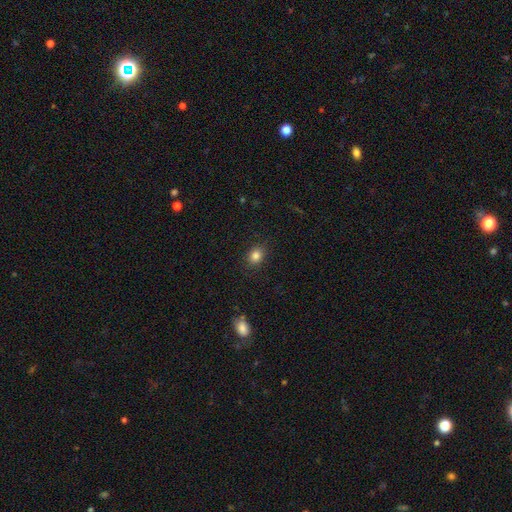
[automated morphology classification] Q: Smooth or featured?
A: smooth (83%); runner-up: star or artifact (11%)
Q: How rounded?
A: round (53%); runner-up: in between (46%)
Q: Merging?
A: none (87%); runner-up: minor disturbance (9%)